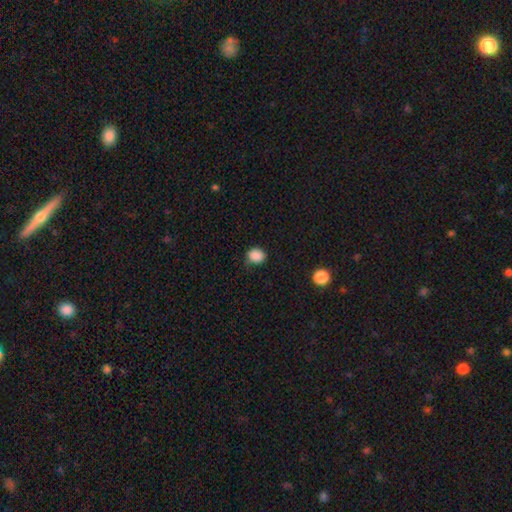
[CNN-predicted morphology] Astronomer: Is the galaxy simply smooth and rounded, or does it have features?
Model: smooth — 87%.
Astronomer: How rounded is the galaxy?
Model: round — 68%.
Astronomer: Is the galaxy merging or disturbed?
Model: none — 71%.